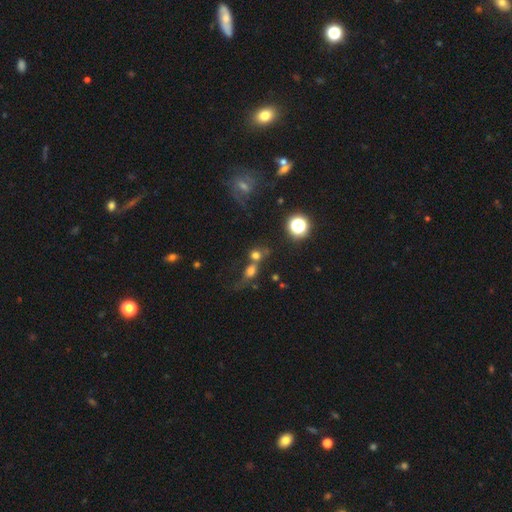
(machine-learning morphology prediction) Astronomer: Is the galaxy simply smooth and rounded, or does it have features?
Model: smooth — 65%.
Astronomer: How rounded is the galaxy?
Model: round — 65%.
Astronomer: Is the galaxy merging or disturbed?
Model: merger — 56%.